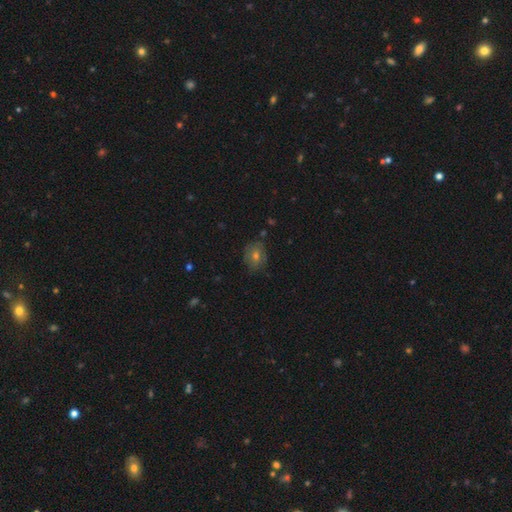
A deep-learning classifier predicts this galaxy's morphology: Smooth or featured? smooth (46%)
Merging? none (76%)